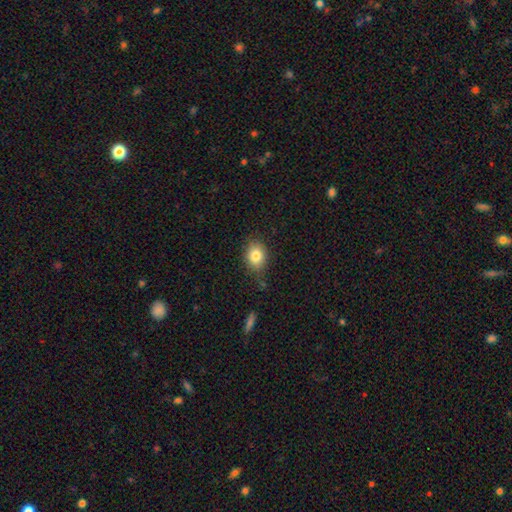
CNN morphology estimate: Smooth or featured: smooth — 83% (star or artifact — 9%)
How rounded: in between — 59% (round — 40%)
Merging: none — 78% (minor disturbance — 16%)